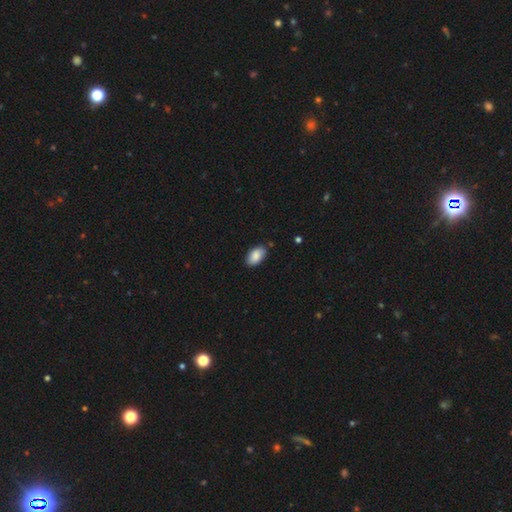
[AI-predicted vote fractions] Smooth or featured?
  - smooth: 88% *
  - star or artifact: 6%
  - featured or disk: 6%
How rounded?
  - in between: 94% *
  - round: 4%
  - cigar-shaped: 2%
Merging?
  - none: 84% *
  - minor disturbance: 13%
  - major disturbance: 2%
  - merger: 2%